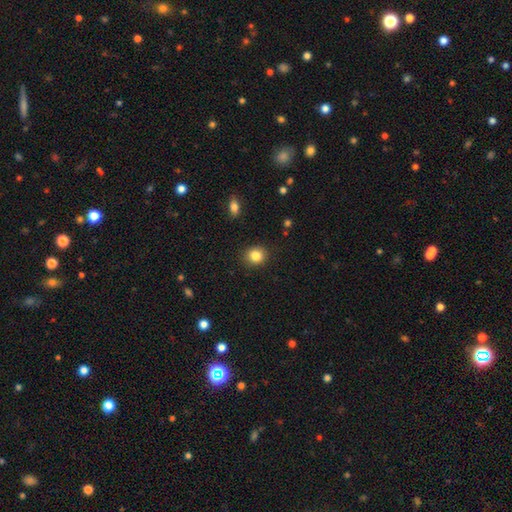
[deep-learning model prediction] smooth-or-featured: smooth: 85% | star or artifact: 10% | featured or disk: 6%
  how-rounded: round: 76% | in between: 23% | cigar-shaped: 1%
  merging: none: 89% | minor disturbance: 8% | major disturbance: 2% | merger: 1%